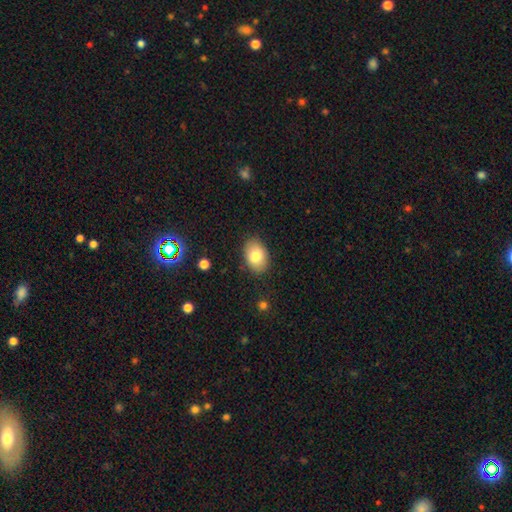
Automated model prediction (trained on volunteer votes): Smooth or featured: smooth — 81% (featured or disk — 11%)
How rounded: in between — 84% (round — 15%)
Merging: none — 86% (minor disturbance — 11%)